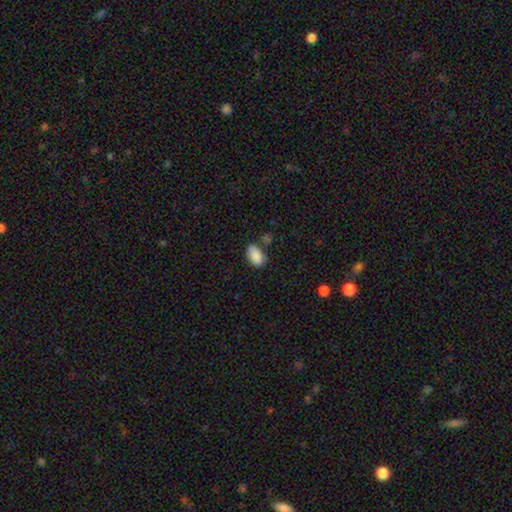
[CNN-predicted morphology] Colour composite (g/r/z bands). It shows a smooth galaxy with no disk features (88%) that is in between round and cigar-shaped (93%). Merging: none (67%).